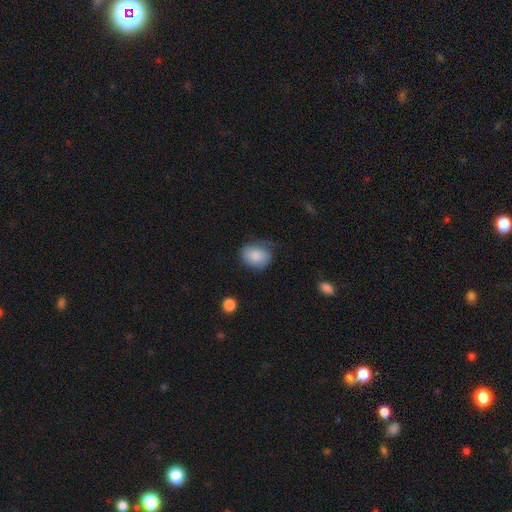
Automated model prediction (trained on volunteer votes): This is clearly a smooth galaxy (82%). How rounded: possibly in between (60%). Merging: possibly none (52%).